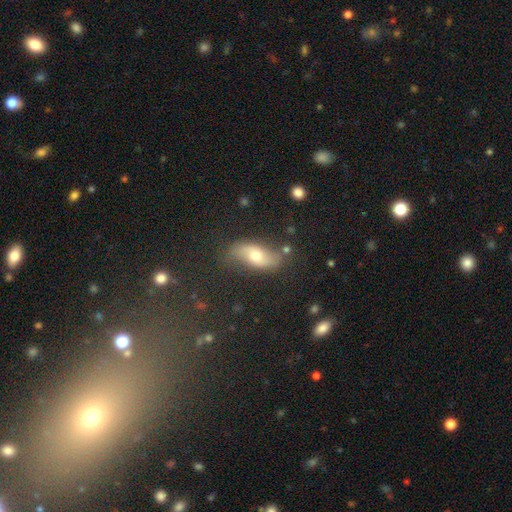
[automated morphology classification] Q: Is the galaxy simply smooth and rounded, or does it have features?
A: featured or disk — 47%.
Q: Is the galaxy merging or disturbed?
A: none — 73%.